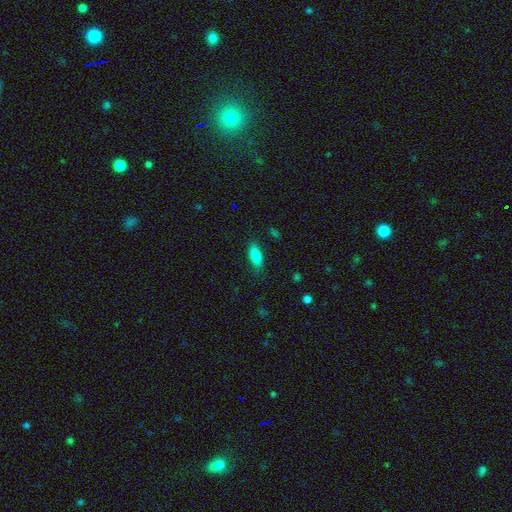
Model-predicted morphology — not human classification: The model was most divided on "how rounded": in between: 75%, cigar-shaped: 22%, round: 3%. More confident: smooth or featured — smooth (82%); merging — none (82%).